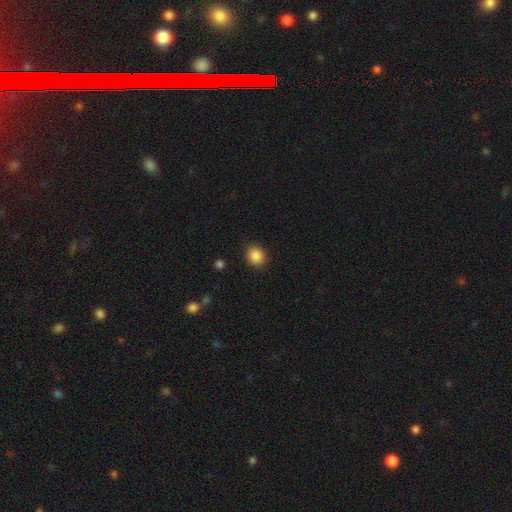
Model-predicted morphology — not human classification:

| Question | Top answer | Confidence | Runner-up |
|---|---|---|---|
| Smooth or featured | smooth | 87% | star or artifact (9%) |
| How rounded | round | 66% | in between (33%) |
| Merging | none | 90% | minor disturbance (7%) |